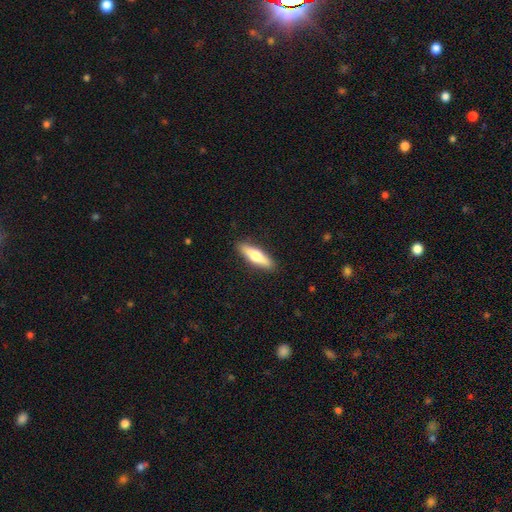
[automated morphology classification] smooth 62%, featured or disk 33%, star or artifact 6%. Down the decision tree: how rounded — cigar-shaped (67%); merging — none (89%).